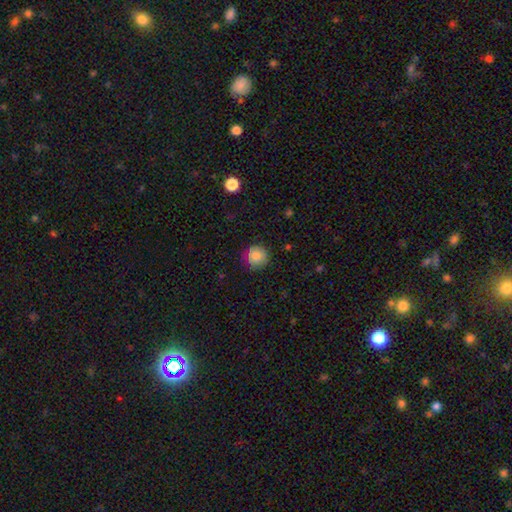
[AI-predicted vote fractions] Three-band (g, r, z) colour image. It shows a smooth galaxy with no disk features (83%) that is round (94%). Merging: none (85%).